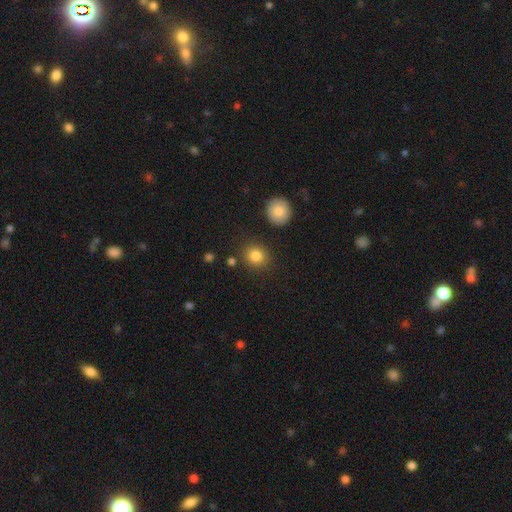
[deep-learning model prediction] smooth 84%, star or artifact 10%, featured or disk 5%. Down the decision tree: how rounded — round (81%); merging — none (85%).